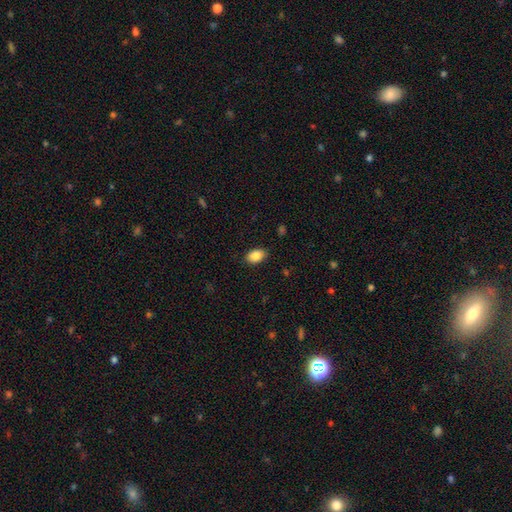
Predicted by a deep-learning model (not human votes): smooth 87%, star or artifact 7%, featured or disk 6%. Down the decision tree: how rounded — in between (86%); merging — none (87%).